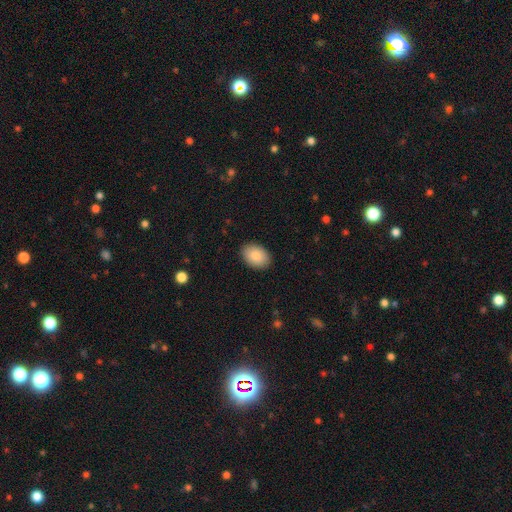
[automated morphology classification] type=smooth (87%); roundness=in between (85%); merging=none (89%).